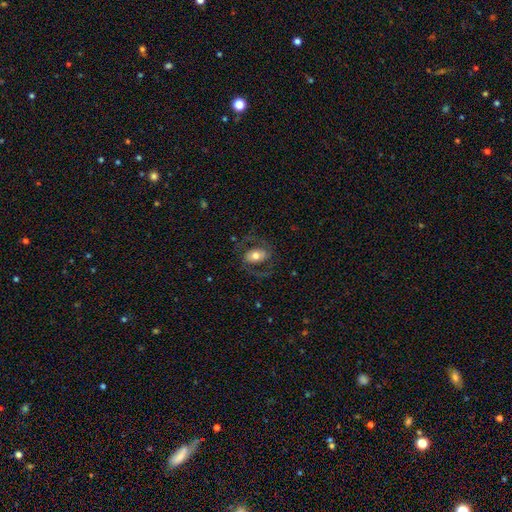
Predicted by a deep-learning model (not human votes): The model was most divided on "smooth or featured": featured or disk: 54%, smooth: 38%, star or artifact: 7%. More confident: edge-on disk — no (94%); merging — none (69%); spiral arms — yes (67%); bulge size — moderate (62%); bar — no (52%).